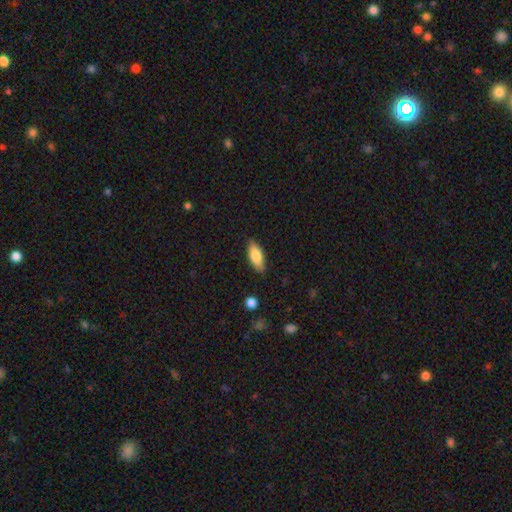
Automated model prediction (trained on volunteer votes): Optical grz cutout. It shows a smooth galaxy with no disk features (79%) that is in between round and cigar-shaped (77%). Merging: none (84%).